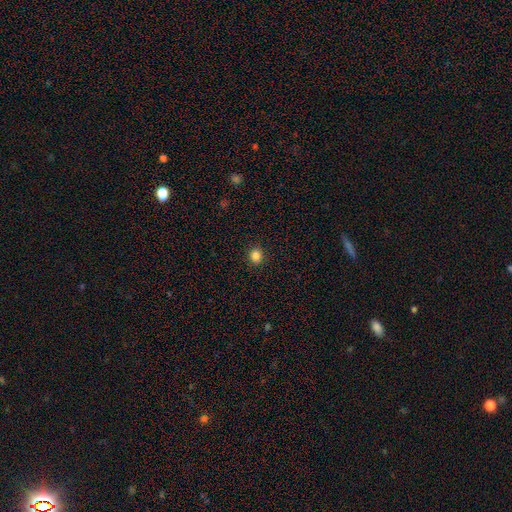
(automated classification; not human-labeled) Morphology: type=smooth (85%); roundness=round (78%); merging=none (92%).